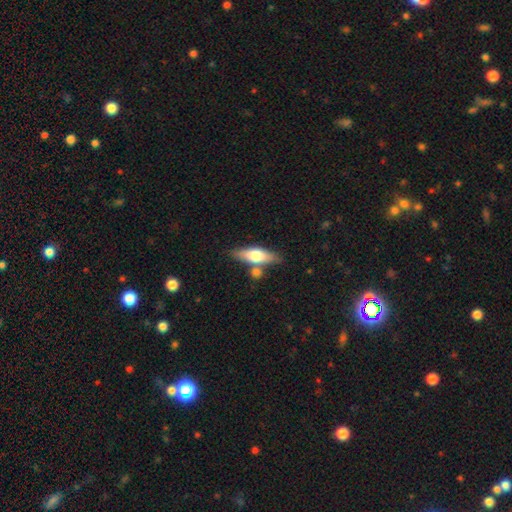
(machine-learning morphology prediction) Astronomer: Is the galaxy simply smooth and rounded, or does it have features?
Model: smooth — 60%.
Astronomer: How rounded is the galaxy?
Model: in between — 56% (runner-up: cigar-shaped, 41%).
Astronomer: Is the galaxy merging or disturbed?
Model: none — 65%.